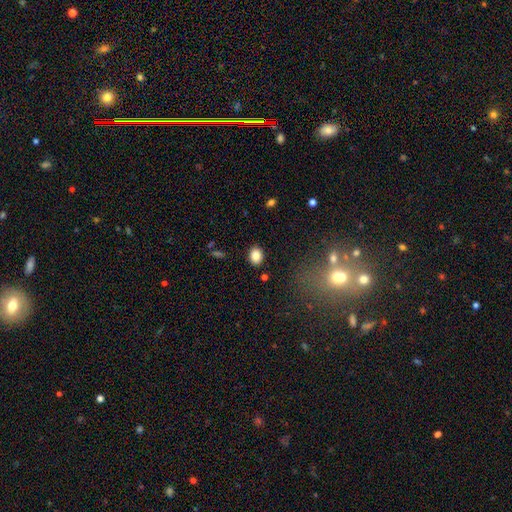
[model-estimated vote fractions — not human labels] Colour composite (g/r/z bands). It shows a smooth galaxy with no disk features (85%) that is in between round and cigar-shaped (62%). Merging: none (88%).